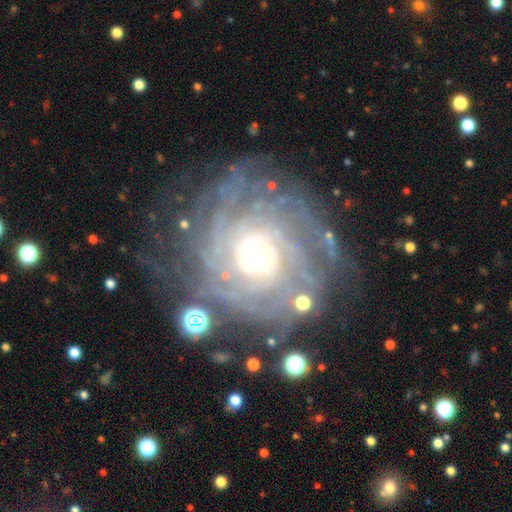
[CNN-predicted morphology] Smooth or featured? Predicted: featured or disk (p=0.89). Edge-on disk? Predicted: no (p=0.97). Bar? Predicted: no (p=0.76). Spiral arms? Predicted: yes (p=0.97). Spiral winding? Predicted: tight (p=0.78). Spiral arm count? Predicted: more than 4 (p=0.32). Bulge size? Predicted: moderate (p=0.61). Merging? Predicted: none (p=0.74).